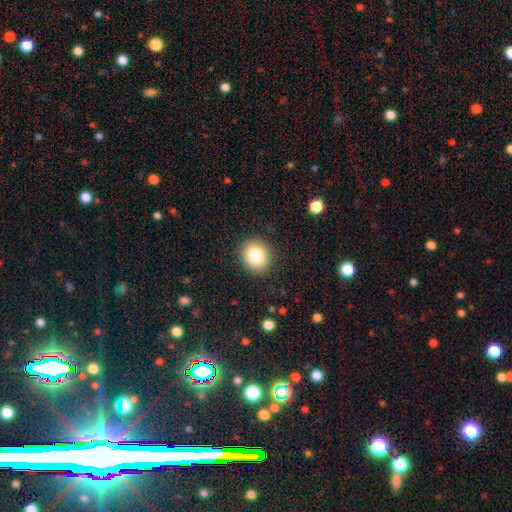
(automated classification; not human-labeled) Overall: smooth (83%). How rounded: round (71%). Merging: none (89%).